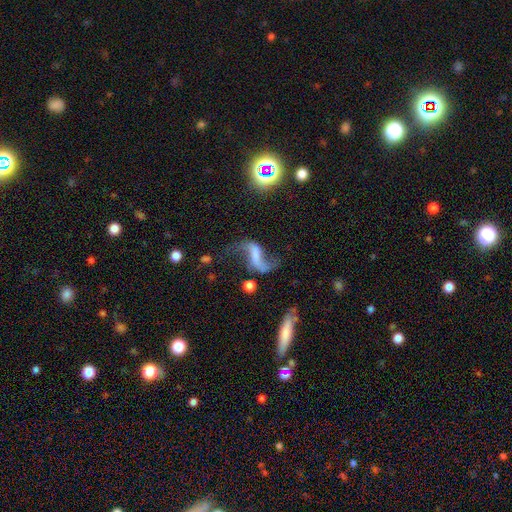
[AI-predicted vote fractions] featured or disk 81%, smooth 10%, star or artifact 9%. Down the decision tree: edge-on disk — no (96%); bar — weak (37%); spiral arms — yes (93%); spiral arm count — 2 (91%); spiral winding — loose (91%); bulge size — none (60%); merging — none (60%).